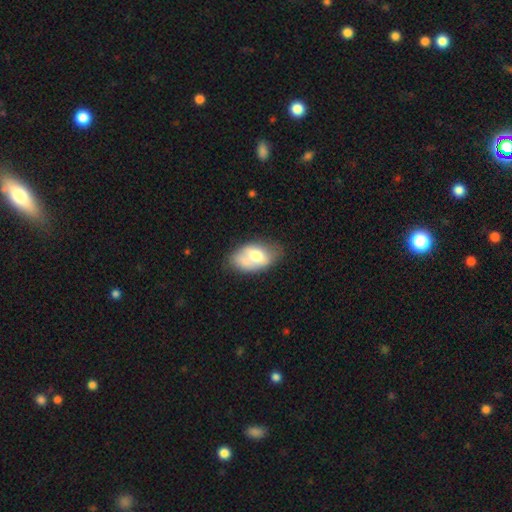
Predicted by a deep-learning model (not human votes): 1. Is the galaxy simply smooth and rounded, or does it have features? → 61% smooth, 31% featured or disk, 7% star or artifact.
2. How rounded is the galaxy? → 90% in between, 9% round, 2% cigar-shaped.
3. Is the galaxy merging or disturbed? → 44% none, 29% minor disturbance, 16% merger, 11% major disturbance.